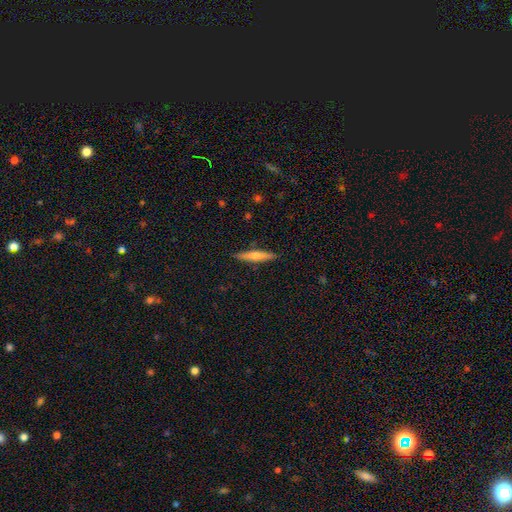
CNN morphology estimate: This is possibly a smooth galaxy (56%). How rounded: clearly cigar-shaped (89%). Merging: clearly none (89%).